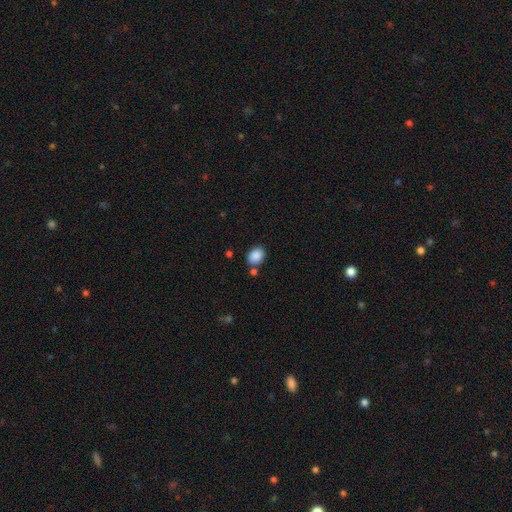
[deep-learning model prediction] A smooth galaxy with no disk features (88%) that is in between round and cigar-shaped (63%). Merging: none (73%).